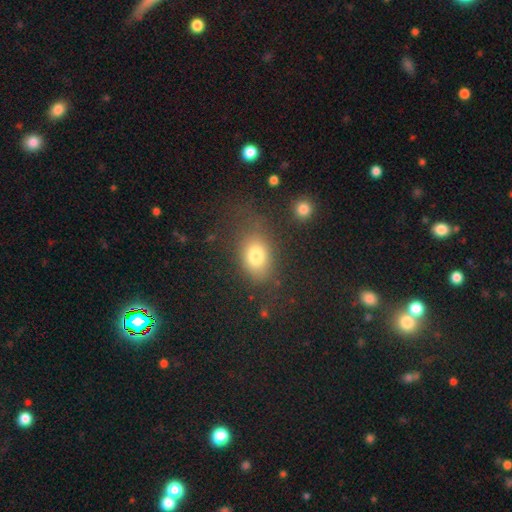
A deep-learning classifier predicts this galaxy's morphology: smooth 78%, featured or disk 11%, star or artifact 11%. Down the decision tree: how rounded — in between (73%); merging — none (67%).